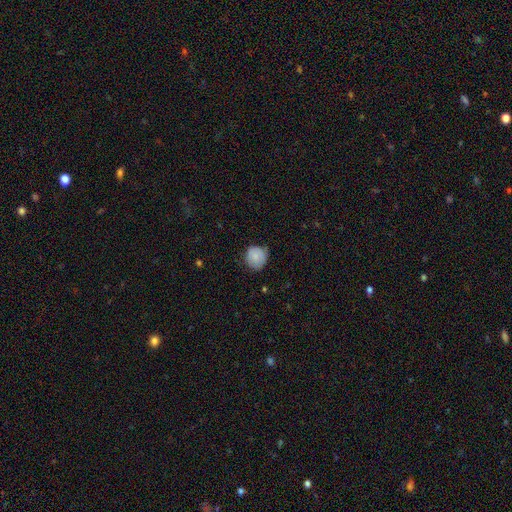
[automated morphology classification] This is clearly a smooth galaxy (81%). How rounded: clearly round (86%). Merging: likely none (70%).